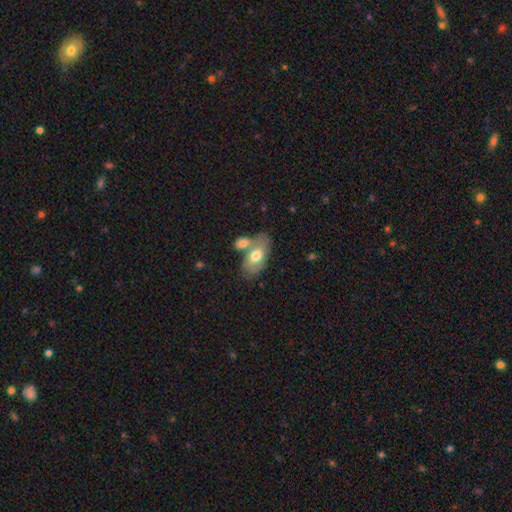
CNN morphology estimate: This appears to be a smooth galaxy with no disk features (62%) that is in between round and cigar-shaped (92%). Merging: merger (43%).